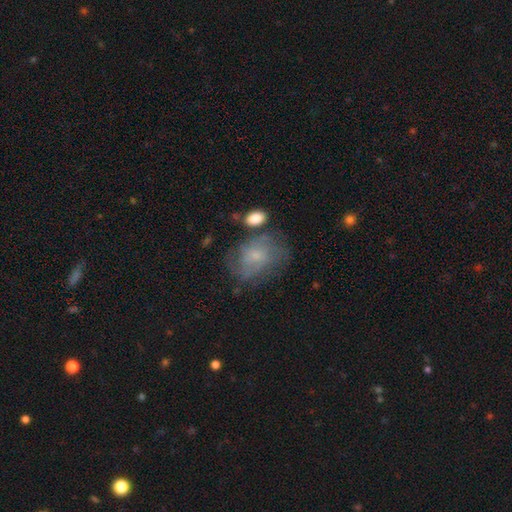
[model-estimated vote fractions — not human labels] Overall: smooth (46%; featured or disk 44%). Merging: none (49%; minor disturbance 26%).